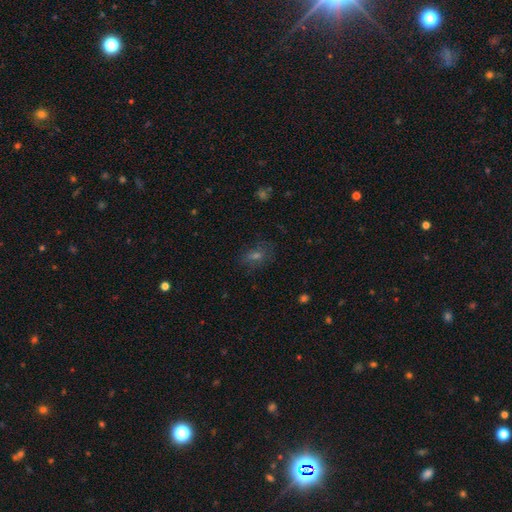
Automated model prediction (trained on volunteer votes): smooth_or_featured: smooth (p=0.44) [alt: star or artifact p=0.32]
merging: none (p=0.71) [alt: minor disturbance p=0.17]